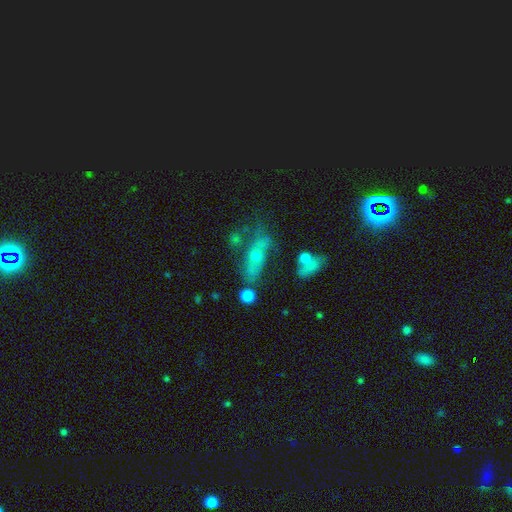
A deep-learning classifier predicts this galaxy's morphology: Q: Smooth or featured?
A: featured or disk (46%); runner-up: smooth (39%)
Q: Merging?
A: none (42%); runner-up: minor disturbance (22%)